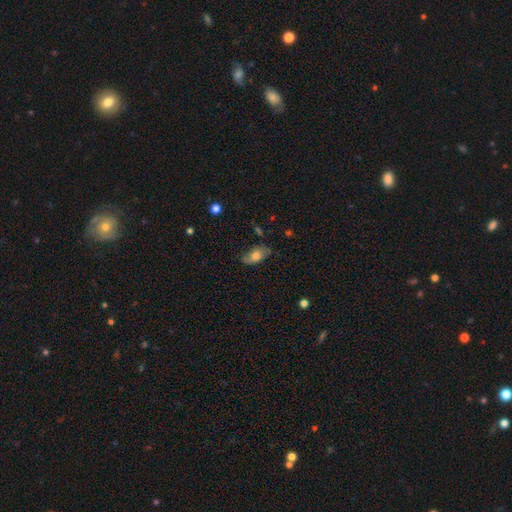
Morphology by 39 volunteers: Q: Smooth or featured?
A: smooth (67%); runner-up: featured or disk (33%)
Q: How rounded?
A: in between (100%)
Q: Merging?
A: none (82%); runner-up: minor disturbance (15%)